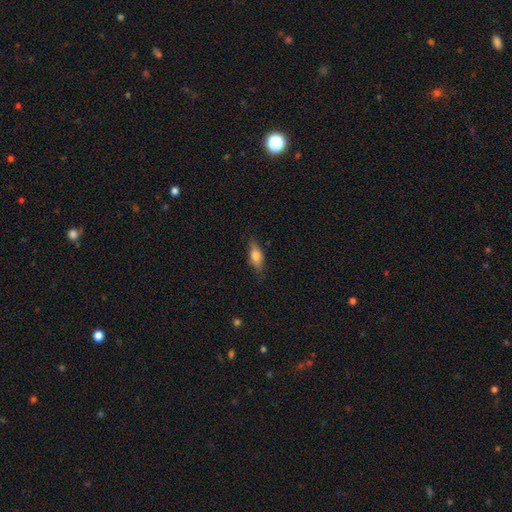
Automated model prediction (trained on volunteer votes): Morphology: type=smooth (64%); roundness=in between (69%); merging=none (78%).